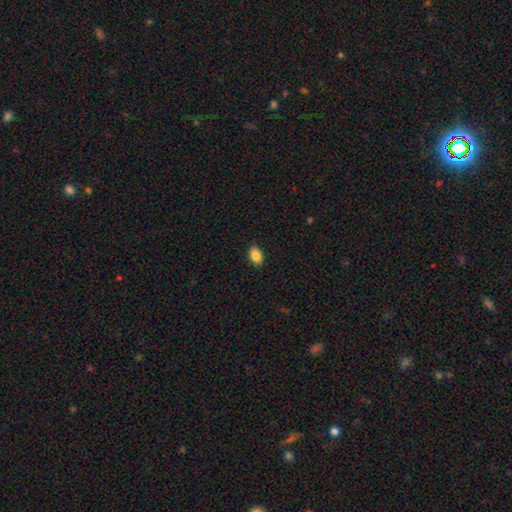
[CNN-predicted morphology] This appears to be a smooth galaxy with no disk features (87%) that is in between round and cigar-shaped (85%). Merging: none (87%).